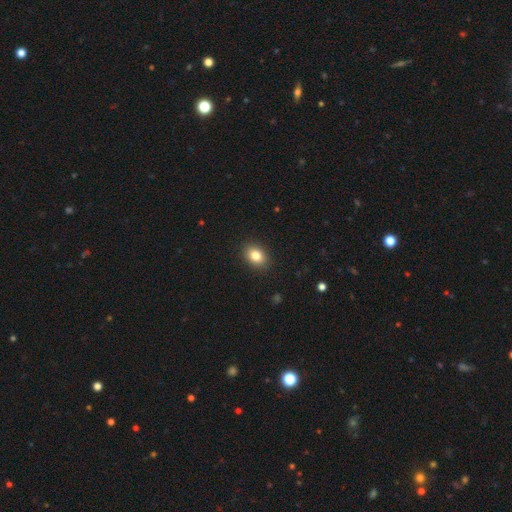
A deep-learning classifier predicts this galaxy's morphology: Smooth or featured?
  - smooth: 83% *
  - star or artifact: 10%
  - featured or disk: 7%
How rounded?
  - in between: 70% *
  - round: 29%
  - cigar-shaped: 1%
Merging?
  - none: 89% *
  - minor disturbance: 7%
  - major disturbance: 2%
  - merger: 1%